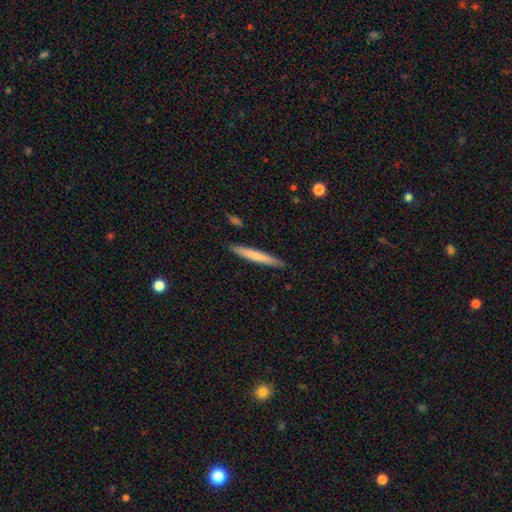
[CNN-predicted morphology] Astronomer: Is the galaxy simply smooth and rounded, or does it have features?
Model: smooth — 69%.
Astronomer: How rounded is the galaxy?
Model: cigar-shaped — 96%.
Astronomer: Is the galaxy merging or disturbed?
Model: none — 90%.